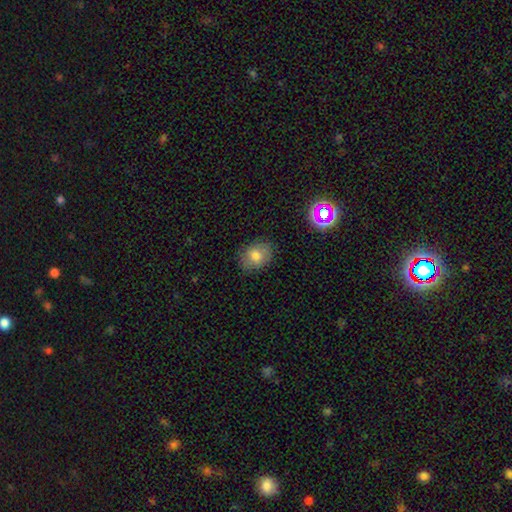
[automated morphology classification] Overall: smooth (76%). How rounded: in between (55%; round 44%). Merging: none (78%).